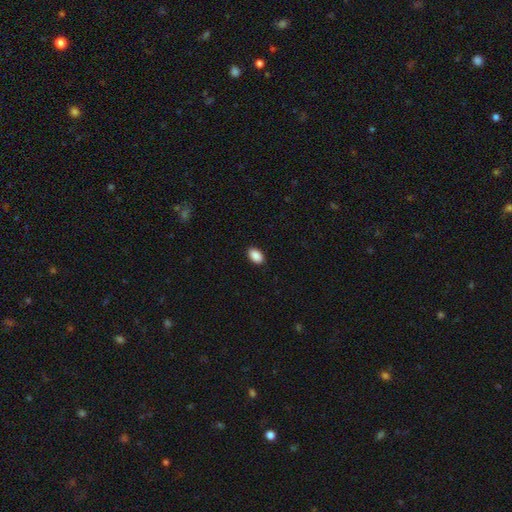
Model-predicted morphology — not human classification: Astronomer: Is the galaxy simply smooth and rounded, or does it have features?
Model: smooth — 90%.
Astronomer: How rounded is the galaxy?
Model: in between — 92%.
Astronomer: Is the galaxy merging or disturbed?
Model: none — 91%.